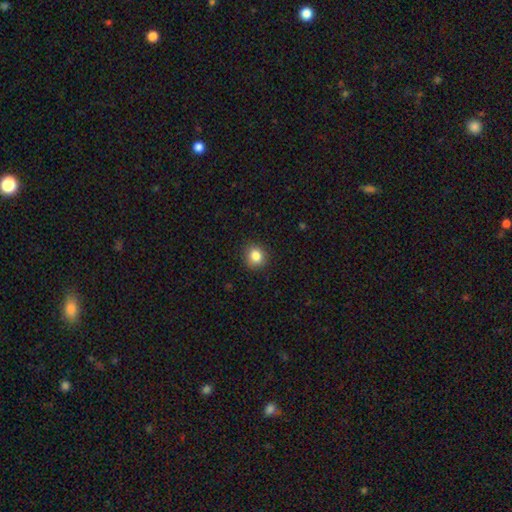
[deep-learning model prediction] This is clearly a smooth galaxy (84%). How rounded: clearly round (80%). Merging: clearly none (89%).